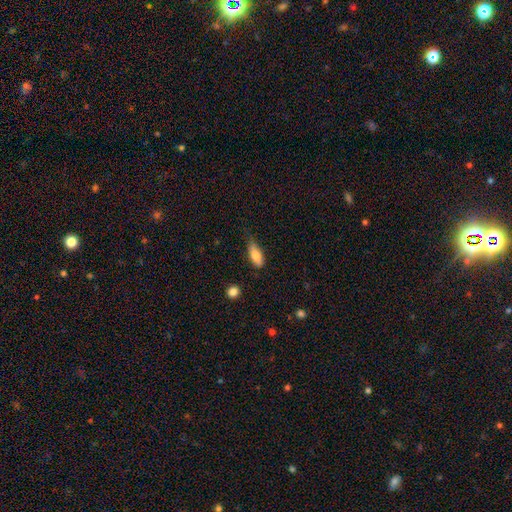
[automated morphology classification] smooth-or-featured: smooth: 80% | featured or disk: 14% | star or artifact: 7%
  how-rounded: in between: 76% | cigar-shaped: 21% | round: 3%
  merging: none: 50% | minor disturbance: 39% | major disturbance: 9% | merger: 2%